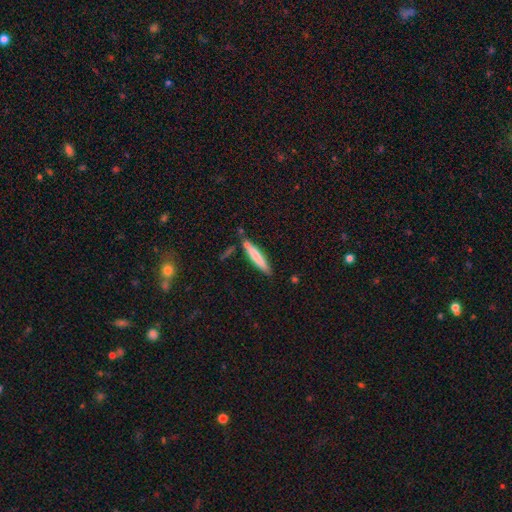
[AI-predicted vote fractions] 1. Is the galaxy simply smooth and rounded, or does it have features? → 71% smooth, 23% featured or disk, 6% star or artifact.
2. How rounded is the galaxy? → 91% cigar-shaped, 8% in between, 1% round.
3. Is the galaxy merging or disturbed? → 71% none, 15% minor disturbance, 11% merger, 3% major disturbance.